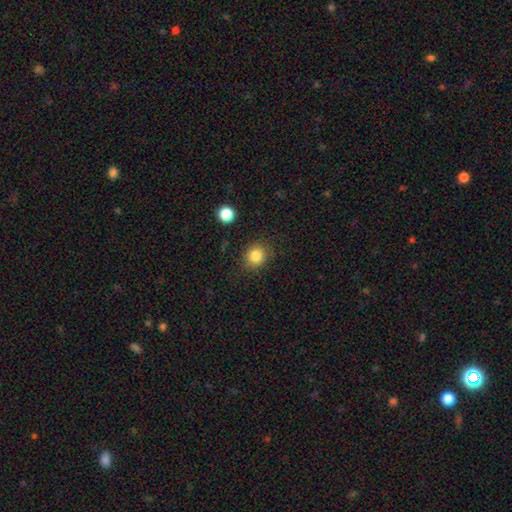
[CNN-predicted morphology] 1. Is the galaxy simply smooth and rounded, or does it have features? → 83% smooth, 11% star or artifact, 6% featured or disk.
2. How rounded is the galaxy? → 73% round, 26% in between, 1% cigar-shaped.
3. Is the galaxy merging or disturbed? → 84% none, 11% minor disturbance, 3% major disturbance, 2% merger.